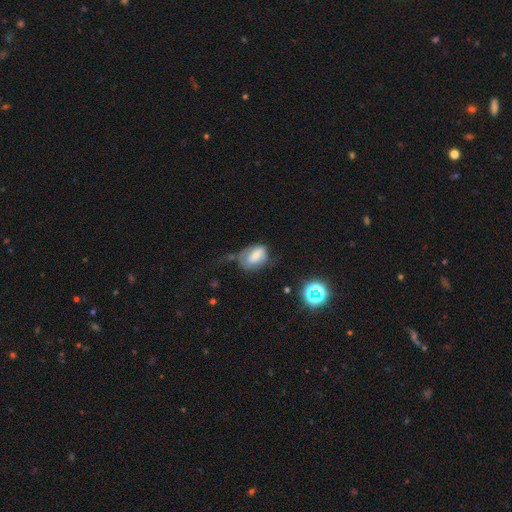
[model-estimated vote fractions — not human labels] Overall: smooth (54%; featured or disk 35%). How rounded: in between (79%). Merging: none (35%; minor disturbance 31%).